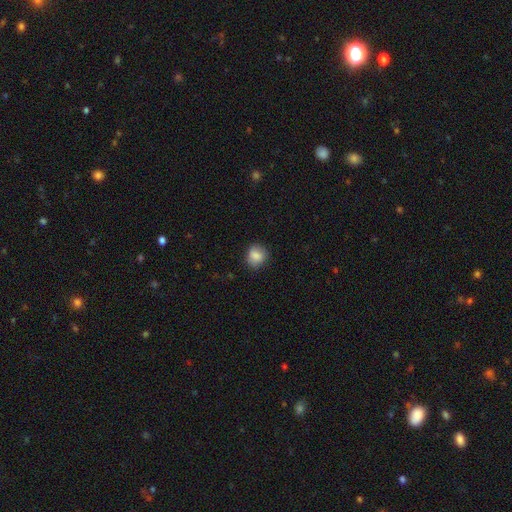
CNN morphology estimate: smooth 85%, star or artifact 9%, featured or disk 6%. Down the decision tree: how rounded — round (78%); merging — none (81%).